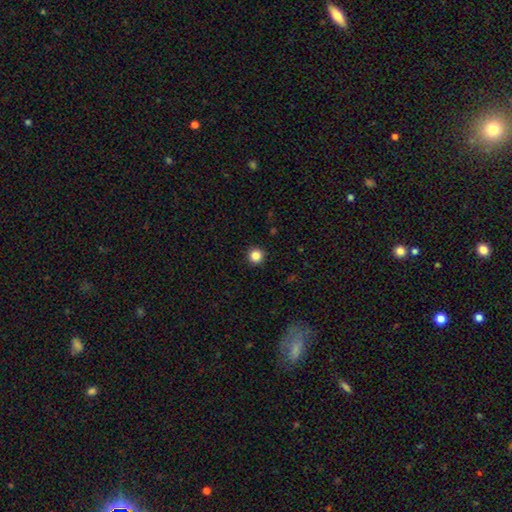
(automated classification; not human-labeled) Smooth or featured? Predicted: smooth (p=0.85). How rounded? Predicted: round (p=0.96). Merging? Predicted: none (p=0.93).